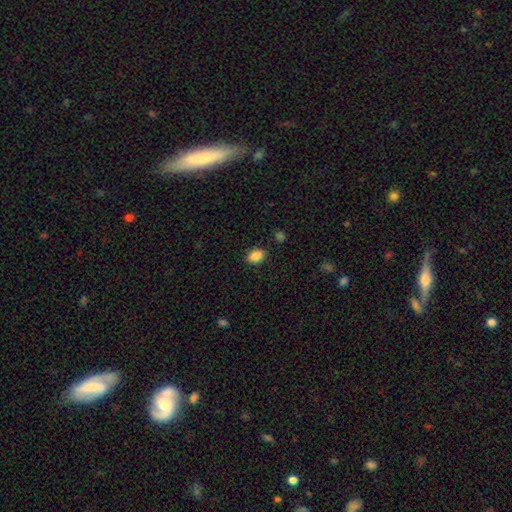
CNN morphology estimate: Smooth or featured: smooth — 88% (star or artifact — 9%)
How rounded: in between — 84% (round — 14%)
Merging: none — 86% (minor disturbance — 10%)